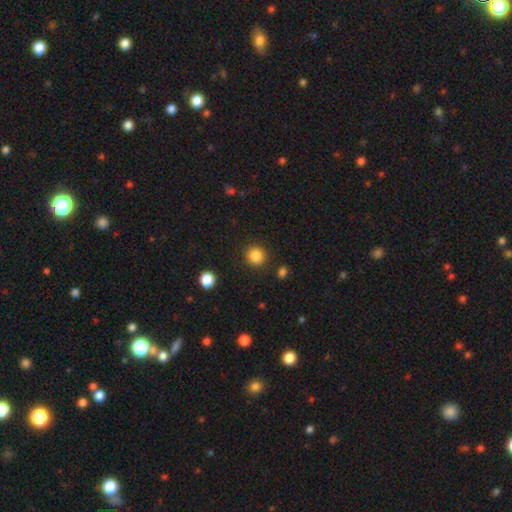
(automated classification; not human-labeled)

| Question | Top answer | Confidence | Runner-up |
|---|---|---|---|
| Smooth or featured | smooth | 86% | star or artifact (11%) |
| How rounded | round | 92% | in between (7%) |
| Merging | none | 89% | minor disturbance (6%) |